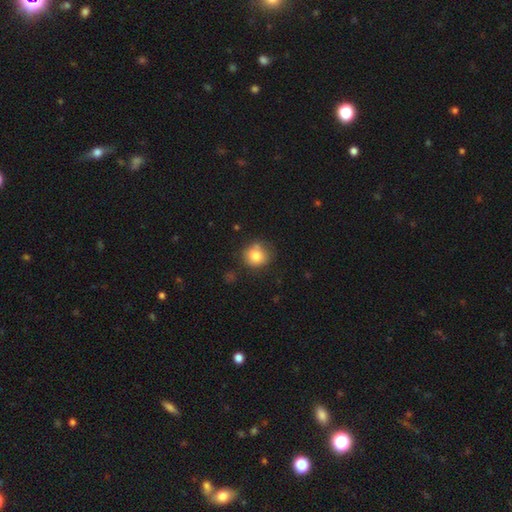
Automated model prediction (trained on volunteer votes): Q: Smooth or featured?
A: smooth (81%); runner-up: featured or disk (10%)
Q: How rounded?
A: round (78%); runner-up: in between (21%)
Q: Merging?
A: none (65%); runner-up: minor disturbance (21%)